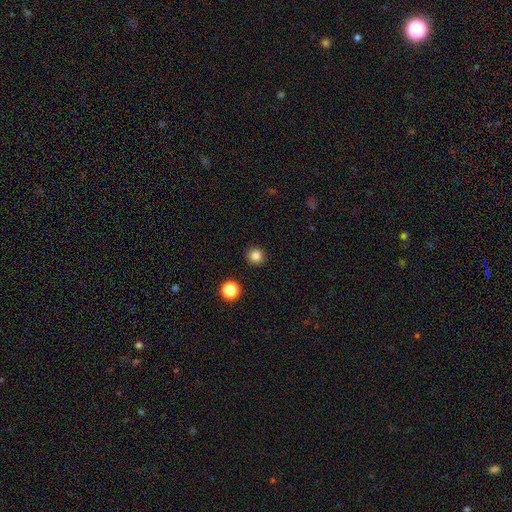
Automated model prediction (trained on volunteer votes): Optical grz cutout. It shows a smooth galaxy with no disk features (84%) that is round (95%). Merging: none (93%).